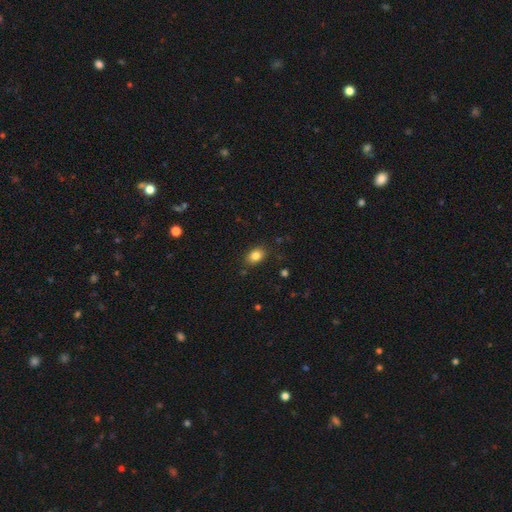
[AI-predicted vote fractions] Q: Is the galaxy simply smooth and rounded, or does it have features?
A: smooth — 84%.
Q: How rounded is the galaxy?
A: in between — 77%.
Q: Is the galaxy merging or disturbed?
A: none — 86%.